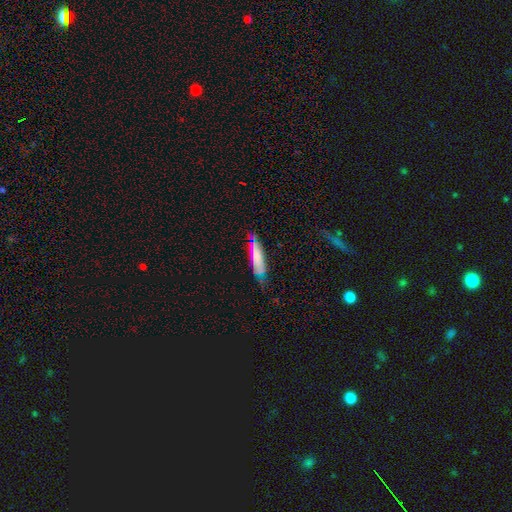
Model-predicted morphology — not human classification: Smooth or featured? smooth (70%)
How rounded? cigar-shaped (66%)
Merging? none (65%)